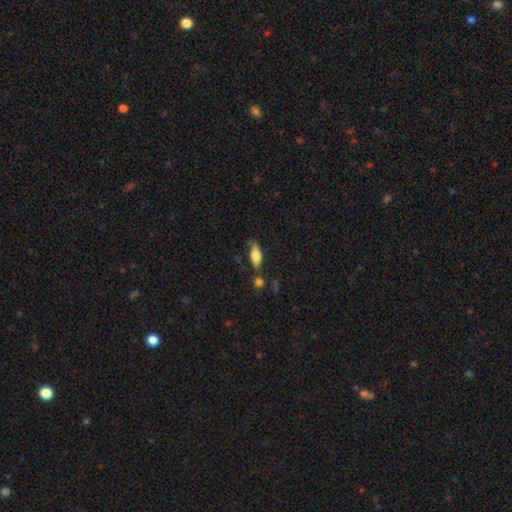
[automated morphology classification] smooth 77%, featured or disk 16%, star or artifact 7%. Down the decision tree: how rounded — in between (76%); merging — none (62%).